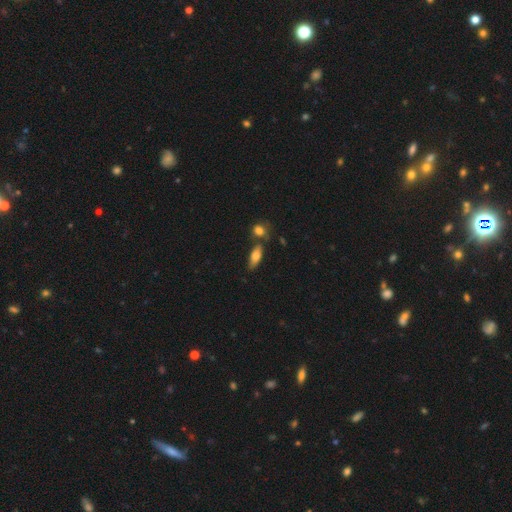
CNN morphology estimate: Smooth or featured? smooth (75%)
How rounded? in between (76%)
Merging? none (65%)